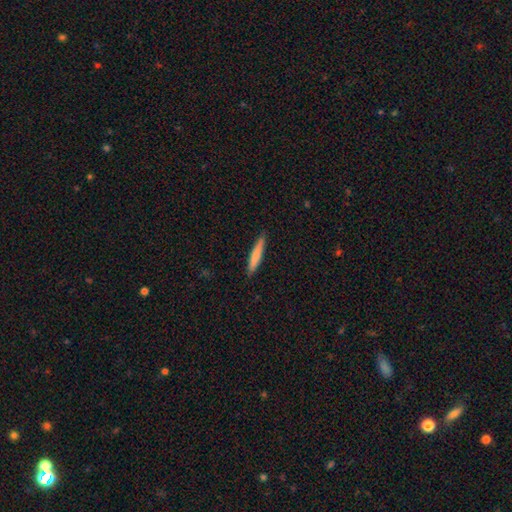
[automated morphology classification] Q: Smooth or featured?
A: smooth (78%); runner-up: featured or disk (16%)
Q: How rounded?
A: cigar-shaped (94%); runner-up: in between (5%)
Q: Merging?
A: none (90%); runner-up: minor disturbance (8%)